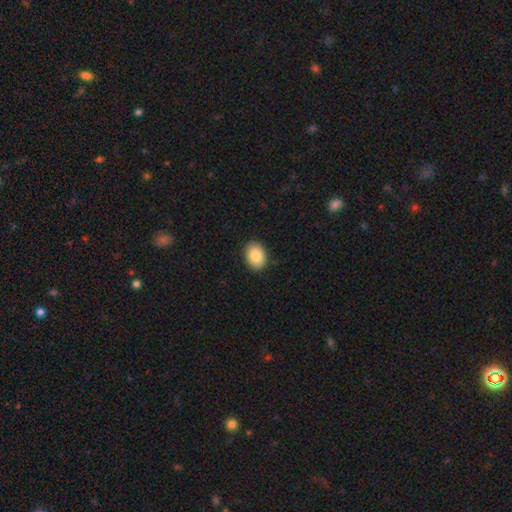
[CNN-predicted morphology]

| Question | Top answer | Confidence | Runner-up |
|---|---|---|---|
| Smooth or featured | smooth | 87% | star or artifact (7%) |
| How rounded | in between | 73% | round (26%) |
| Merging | none | 89% | minor disturbance (8%) |